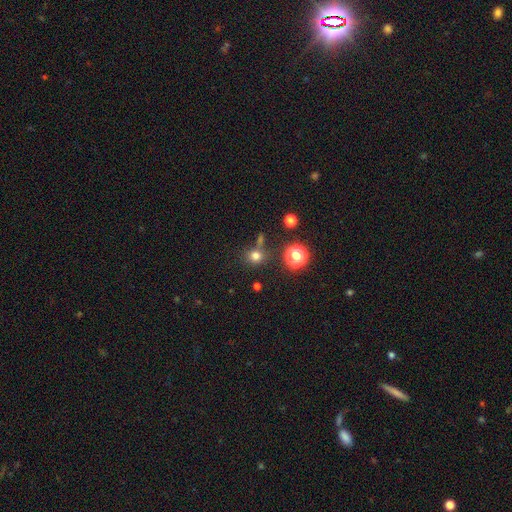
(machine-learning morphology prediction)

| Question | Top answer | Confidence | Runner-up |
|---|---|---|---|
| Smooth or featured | smooth | 72% | star or artifact (21%) |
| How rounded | round | 84% | in between (15%) |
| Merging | none | 72% | merger (12%) |